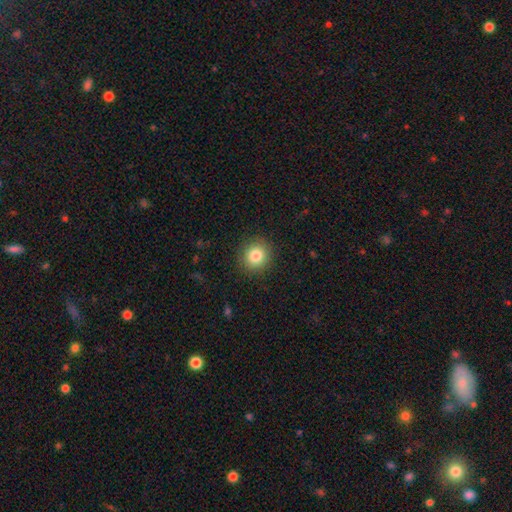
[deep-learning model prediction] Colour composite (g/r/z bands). It shows a smooth galaxy with no disk features (83%) that is round (89%). Merging: none (90%).